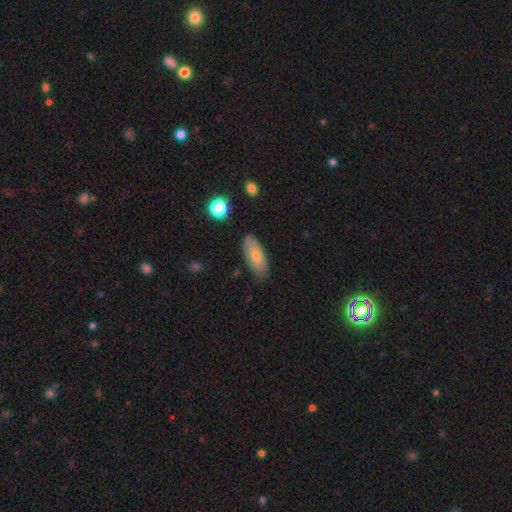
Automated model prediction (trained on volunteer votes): This appears to be a smooth galaxy with no disk features (69%) that is in between round and cigar-shaped (84%). Merging: none (78%).